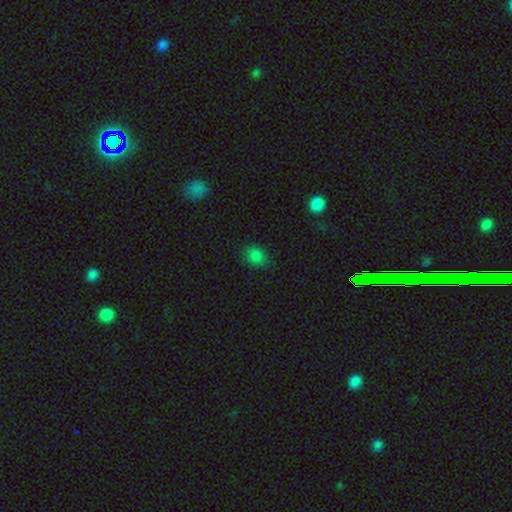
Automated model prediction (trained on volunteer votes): A smooth galaxy with no disk features (82%) that is in between round and cigar-shaped (58%).

Vote fractions:
- Smooth or featured? smooth: 82% / star or artifact: 14% / featured or disk: 4%
- How rounded? in between: 58% / round: 41% / cigar-shaped: 1%
- Merging? none: 78% / minor disturbance: 17% / major disturbance: 4% / merger: 1%